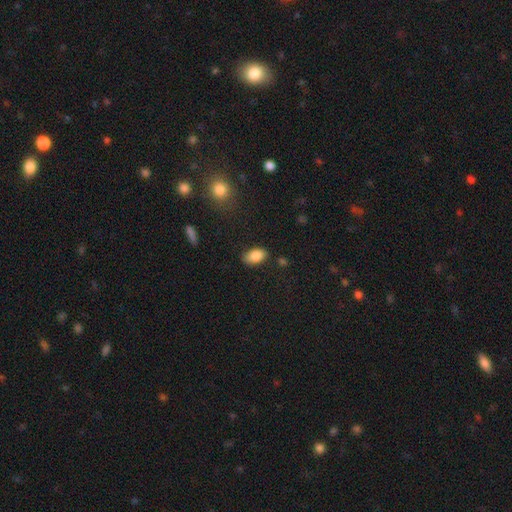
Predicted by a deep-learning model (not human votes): Smooth or featured? smooth (87%)
How rounded? in between (92%)
Merging? none (81%)